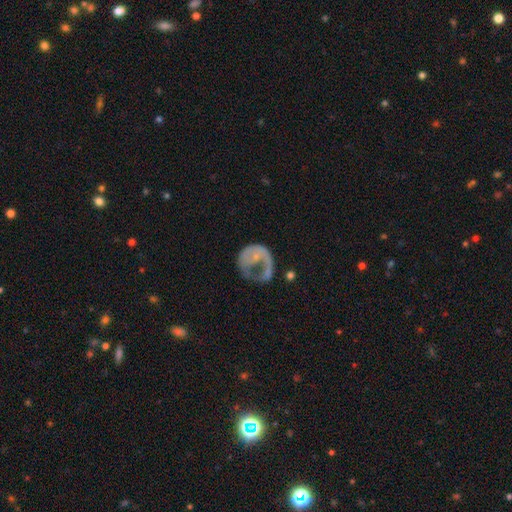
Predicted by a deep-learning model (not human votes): A featured or disk galaxy (51%). Merging: major disturbance (54%).